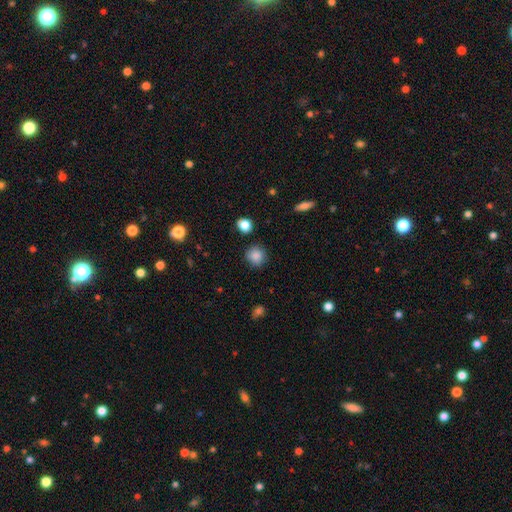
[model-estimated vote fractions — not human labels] Overall: smooth (86%). How rounded: round (90%). Merging: none (84%).